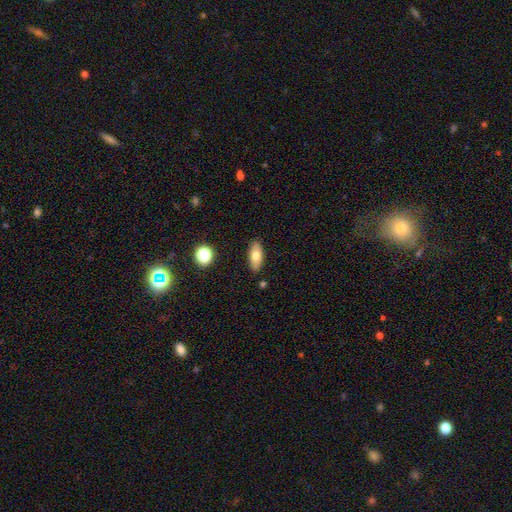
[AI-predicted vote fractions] A smooth galaxy with no disk features (73%) that is in between round and cigar-shaped (82%).

Vote fractions:
- Smooth or featured? smooth: 73% / featured or disk: 19% / star or artifact: 8%
- How rounded? in between: 82% / cigar-shaped: 14% / round: 4%
- Merging? none: 87% / minor disturbance: 9% / merger: 2% / major disturbance: 2%